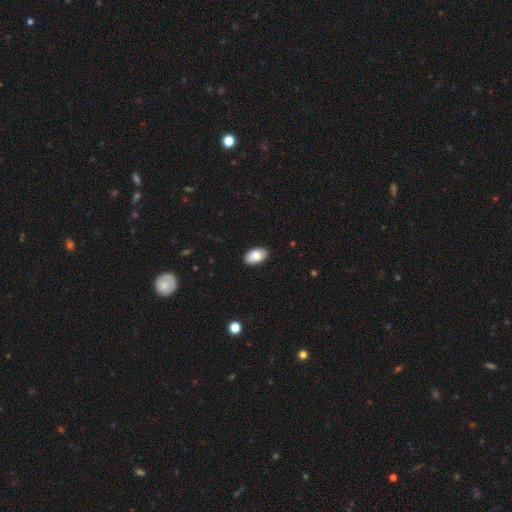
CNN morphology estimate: A smooth galaxy with no disk features (83%) that is in between round and cigar-shaped (94%).

Vote fractions:
- Smooth or featured? smooth: 83% / featured or disk: 10% / star or artifact: 7%
- How rounded? in between: 94% / round: 5% / cigar-shaped: 1%
- Merging? none: 89% / minor disturbance: 8% / major disturbance: 2% / merger: 1%